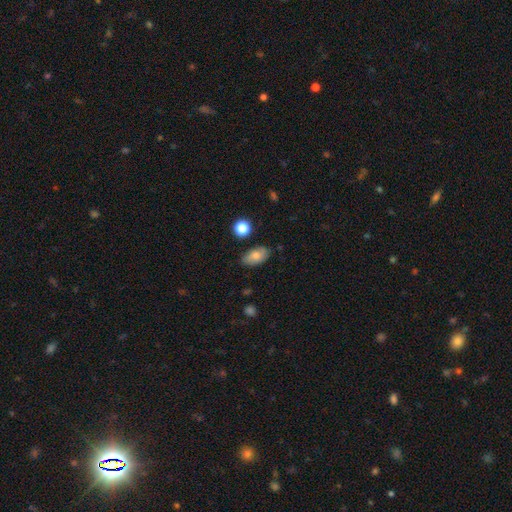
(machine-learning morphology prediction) type=smooth (74%); roundness=in between (90%); merging=none (79%).